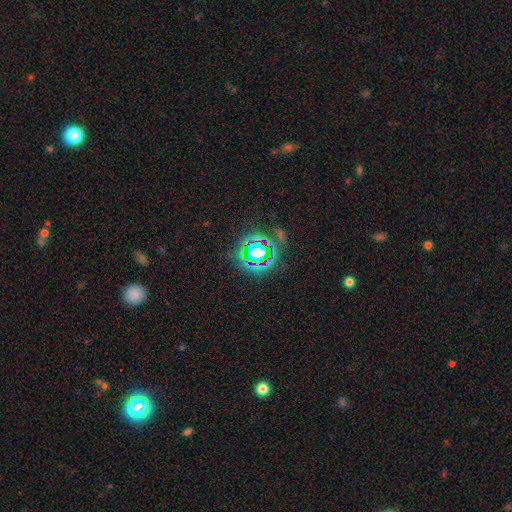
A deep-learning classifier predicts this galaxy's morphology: Smooth or featured?
  - star or artifact: 76% *
  - smooth: 14%
  - featured or disk: 10%